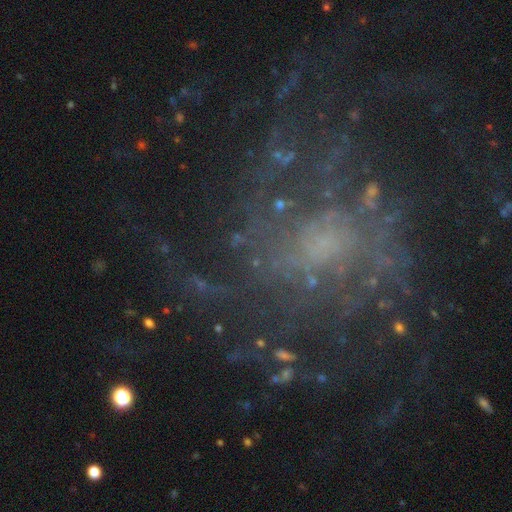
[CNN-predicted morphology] The model was most divided on "spiral winding": medium: 40%, loose: 31%, tight: 29%. Remaining: edge-on disk — no (97%); spiral arms — yes (87%); smooth or featured — featured or disk (75%); bar — no (66%); merging — none (60%); bulge size — small (48%); spiral arm count — can't tell (37%).